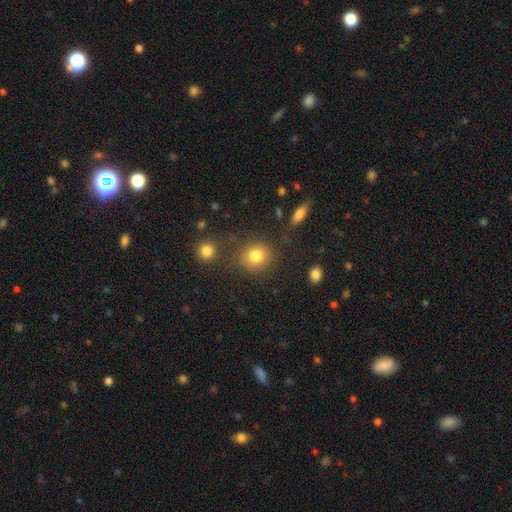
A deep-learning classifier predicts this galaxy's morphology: smooth 82%, star or artifact 11%, featured or disk 7%. Down the decision tree: how rounded — round (79%); merging — none (79%).